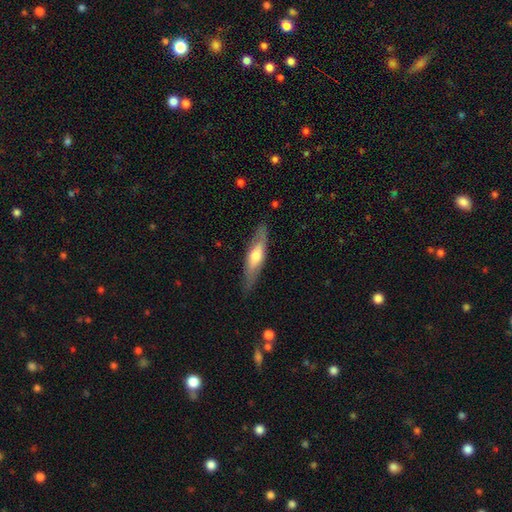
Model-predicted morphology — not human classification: smooth_or_featured: smooth (p=0.48) [alt: featured or disk p=0.46]
merging: none (p=0.81) [alt: minor disturbance p=0.15]